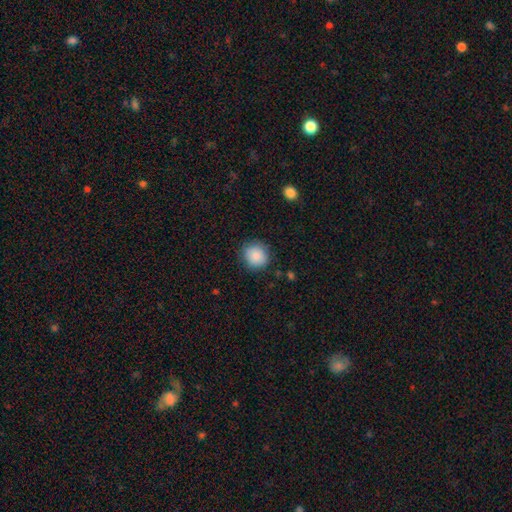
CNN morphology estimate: This is clearly a smooth galaxy (87%). How rounded: clearly round (88%). Merging: clearly none (85%).